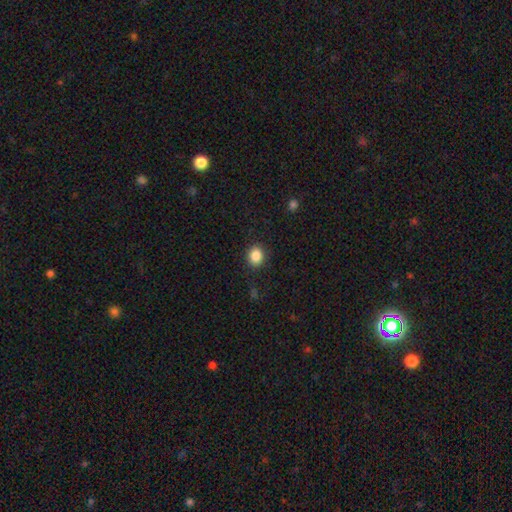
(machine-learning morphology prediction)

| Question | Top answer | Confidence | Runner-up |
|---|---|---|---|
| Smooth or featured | smooth | 86% | star or artifact (10%) |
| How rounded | round | 60% | in between (39%) |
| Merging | none | 88% | minor disturbance (8%) |